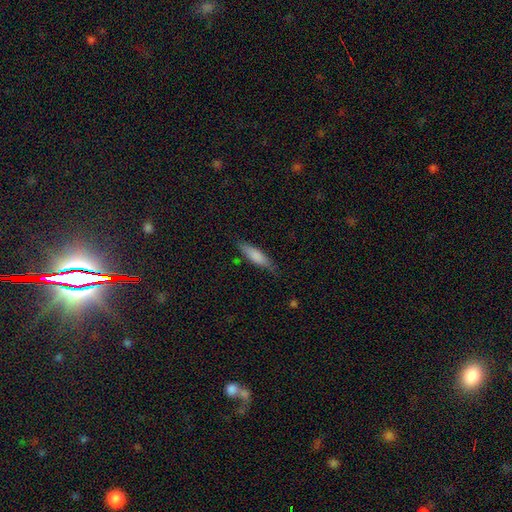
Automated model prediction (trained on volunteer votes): A smooth galaxy with no disk features (79%) that is cigar-shaped (65%).

Vote fractions:
- Smooth or featured? smooth: 79% / featured or disk: 15% / star or artifact: 6%
- How rounded? cigar-shaped: 65% / in between: 33% / round: 2%
- Merging? none: 78% / minor disturbance: 17% / major disturbance: 3% / merger: 1%